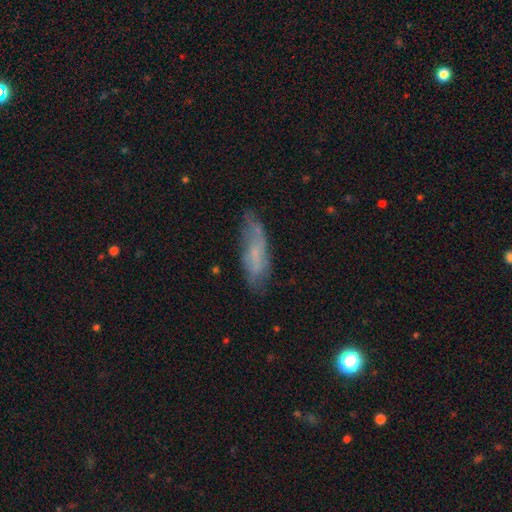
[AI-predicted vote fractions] Smooth or featured?
  - smooth: 52% *
  - featured or disk: 40%
  - star or artifact: 9%
How rounded?
  - cigar-shaped: 49% * (tied)
  - in between: 49% * (tied)
  - round: 2%
Merging?
  - none: 56% *
  - minor disturbance: 28%
  - major disturbance: 12%
  - merger: 3%